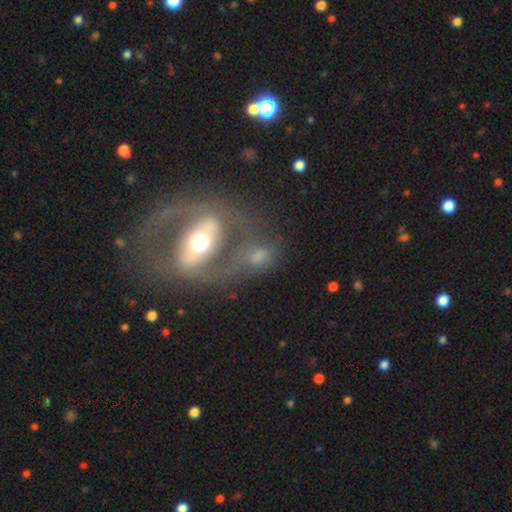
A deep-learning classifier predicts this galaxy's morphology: Smooth or featured? featured or disk (66%)
Edge-on disk? no (89%)
Bar? strong (37%)
Spiral arms? yes (53%)
Bulge size? moderate (66%)
Merging? none (47%)